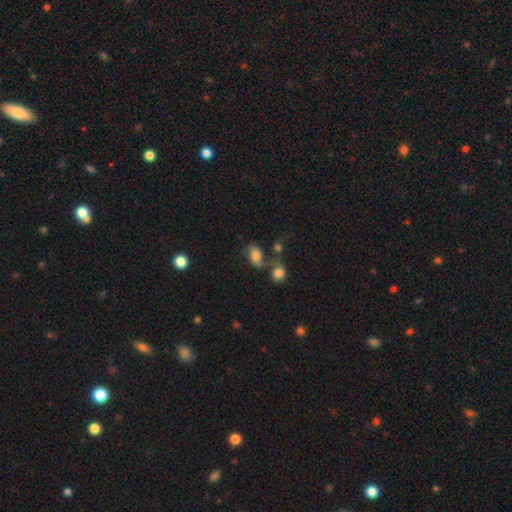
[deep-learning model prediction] smooth-or-featured: smooth: 45% | featured or disk: 43% | star or artifact: 11%
  merging: merger: 36% | none: 33% | minor disturbance: 16% | major disturbance: 15%